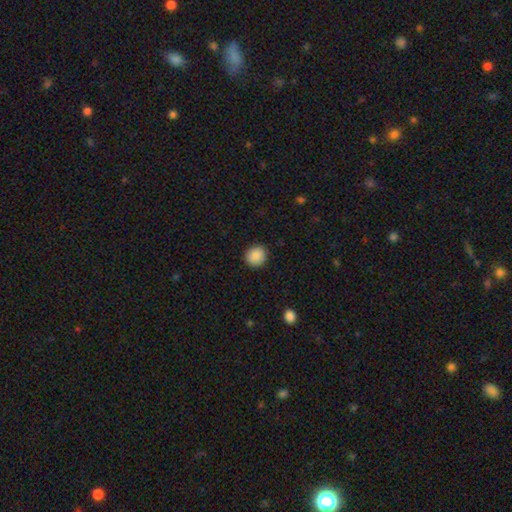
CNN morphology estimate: Overall: smooth (89%). How rounded: round (86%). Merging: none (91%).